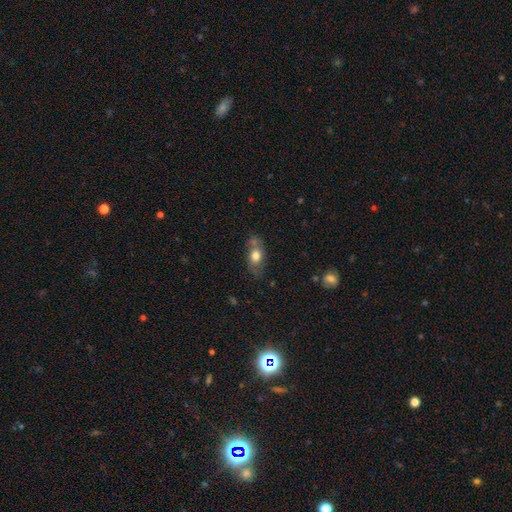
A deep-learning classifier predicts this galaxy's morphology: A smooth galaxy with no disk features (68%) that is in between round and cigar-shaped (78%).

Vote fractions:
- Smooth or featured? smooth: 68% / featured or disk: 24% / star or artifact: 8%
- How rounded? in between: 78% / round: 16% / cigar-shaped: 6%
- Merging? none: 58% / minor disturbance: 23% / merger: 12% / major disturbance: 7%